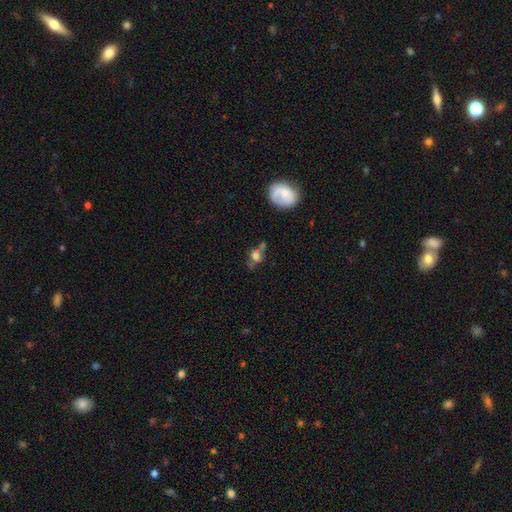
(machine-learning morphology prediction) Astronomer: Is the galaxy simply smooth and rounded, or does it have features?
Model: smooth — 56%.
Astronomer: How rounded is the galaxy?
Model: in between — 51% (runner-up: round, 44%).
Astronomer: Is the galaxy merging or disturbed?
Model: none — 45% (runner-up: merger, 22%).